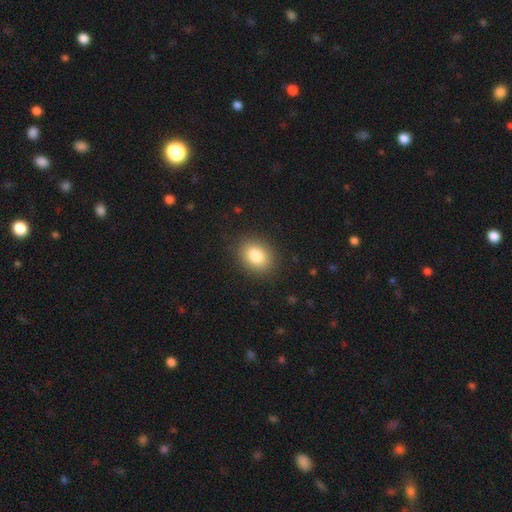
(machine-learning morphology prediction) type=smooth (83%); roundness=in between (61%); merging=none (87%).